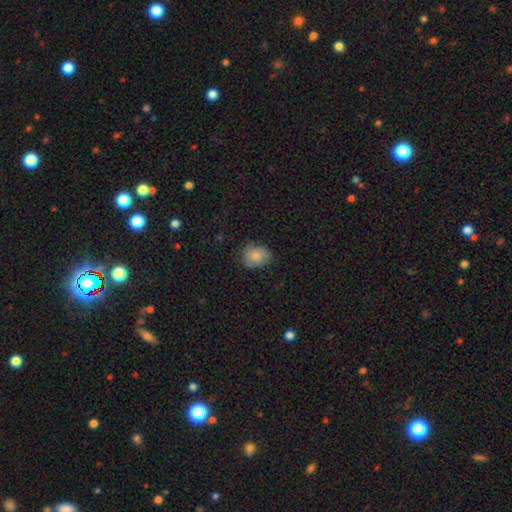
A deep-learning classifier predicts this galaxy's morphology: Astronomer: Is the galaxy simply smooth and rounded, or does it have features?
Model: smooth — 76%.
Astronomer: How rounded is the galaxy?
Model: round — 61% (runner-up: in between, 38%).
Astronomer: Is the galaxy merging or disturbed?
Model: none — 66%.